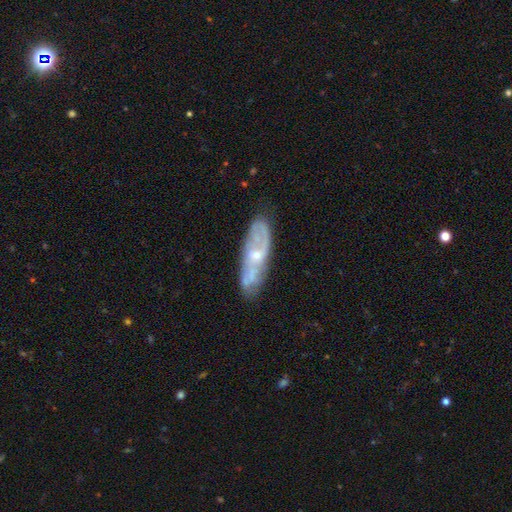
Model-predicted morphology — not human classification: This appears to be a featured or disk galaxy (69%) with no bar (64%), spiral arms (68%) and a small central bulge (56%). Merging: none (72%).